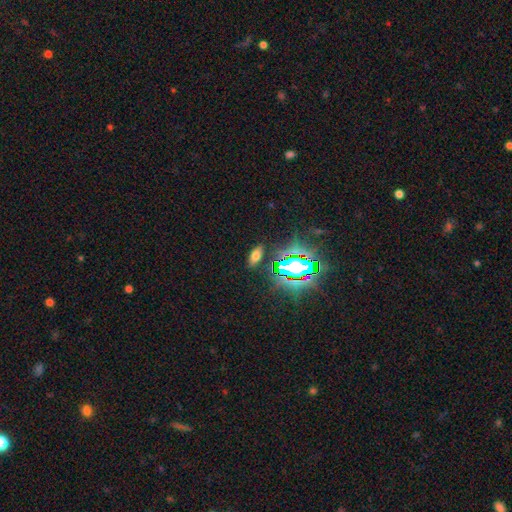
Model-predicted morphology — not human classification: Smooth or featured?
  - smooth: 58% *
  - star or artifact: 29%
  - featured or disk: 13%
How rounded?
  - in between: 81% *
  - cigar-shaped: 13%
  - round: 6%
Merging?
  - none: 86% *
  - minor disturbance: 8%
  - major disturbance: 3%
  - merger: 2%